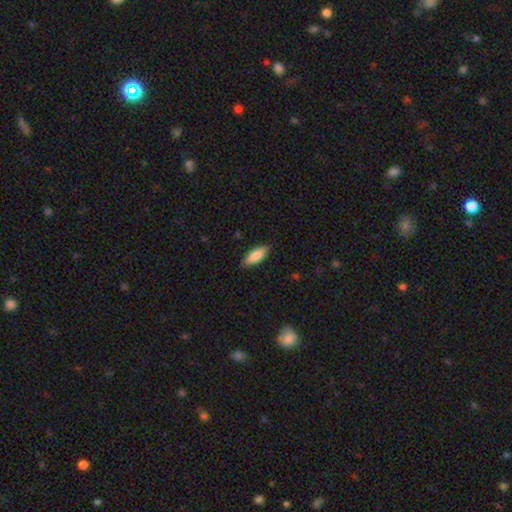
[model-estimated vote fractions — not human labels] Morphology: type=smooth (85%); roundness=in between (73%); merging=none (85%).